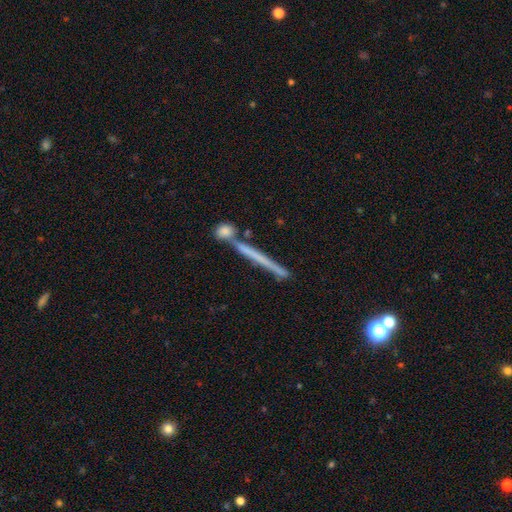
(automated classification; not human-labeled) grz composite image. It shows a featured or disk galaxy (51%) viewed edge-on (95%). Merging: none (76%).